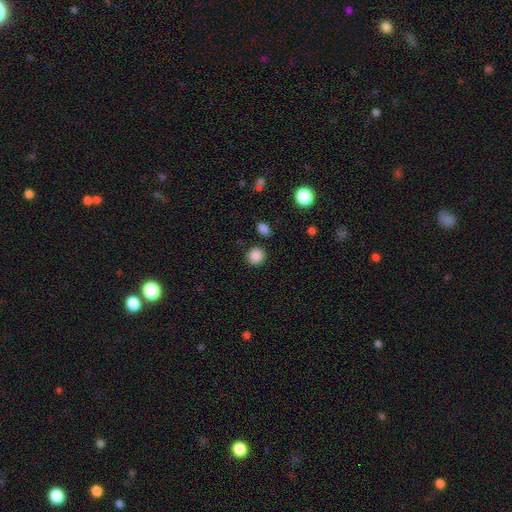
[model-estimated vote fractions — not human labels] A smooth galaxy with no disk features (87%) that is round (89%).

Vote fractions:
- Smooth or featured? smooth: 87% / star or artifact: 10% / featured or disk: 3%
- How rounded? round: 89% / in between: 10% / cigar-shaped: 1%
- Merging? none: 87% / minor disturbance: 7% / merger: 3% / major disturbance: 3%